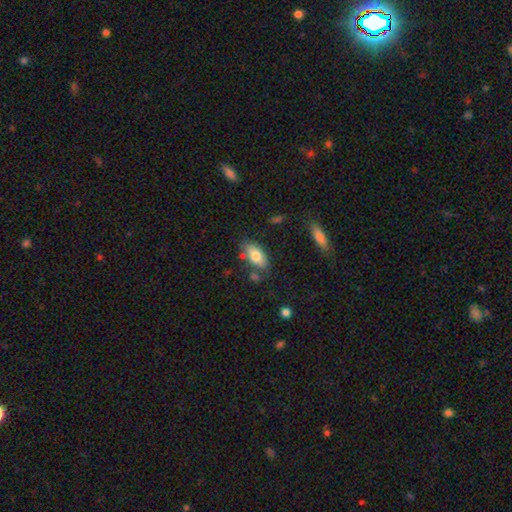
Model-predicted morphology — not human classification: type=smooth (77%); roundness=in between (90%); merging=none (70%).